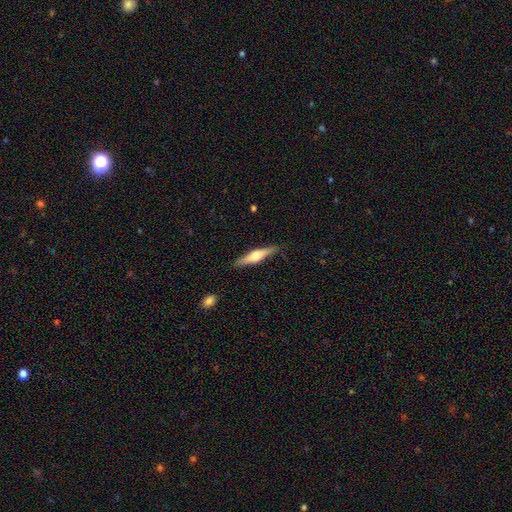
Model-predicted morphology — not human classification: This appears to be a featured or disk galaxy (53%) viewed edge-on (94%). Merging: none (86%).